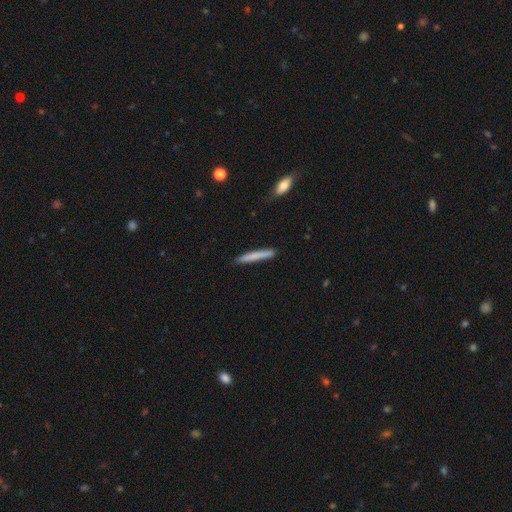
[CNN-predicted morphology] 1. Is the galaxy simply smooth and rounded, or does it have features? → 75% smooth, 19% featured or disk, 6% star or artifact.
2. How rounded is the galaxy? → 96% cigar-shaped, 3% in between, 1% round.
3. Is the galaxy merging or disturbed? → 88% none, 9% minor disturbance, 2% major disturbance, 1% merger.